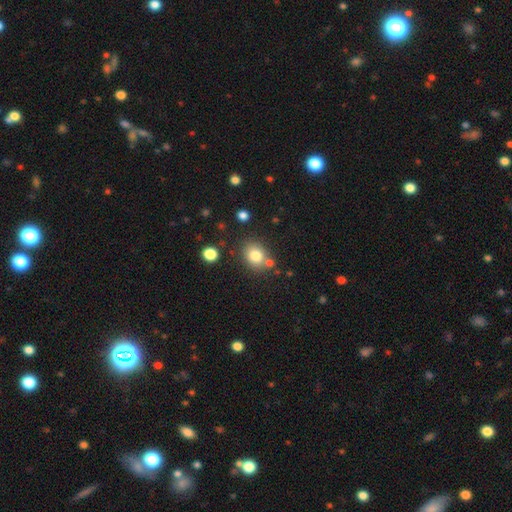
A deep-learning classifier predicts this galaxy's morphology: type=smooth (80%); roundness=round (64%); merging=none (71%).